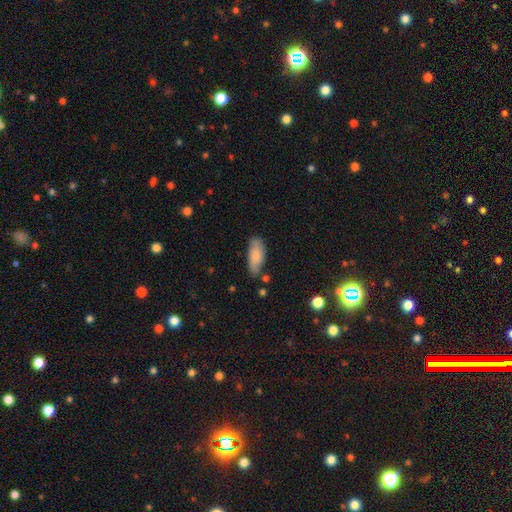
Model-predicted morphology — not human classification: Q: Smooth or featured?
A: smooth (81%); runner-up: featured or disk (13%)
Q: How rounded?
A: in between (81%); runner-up: cigar-shaped (17%)
Q: Merging?
A: none (69%); runner-up: minor disturbance (23%)